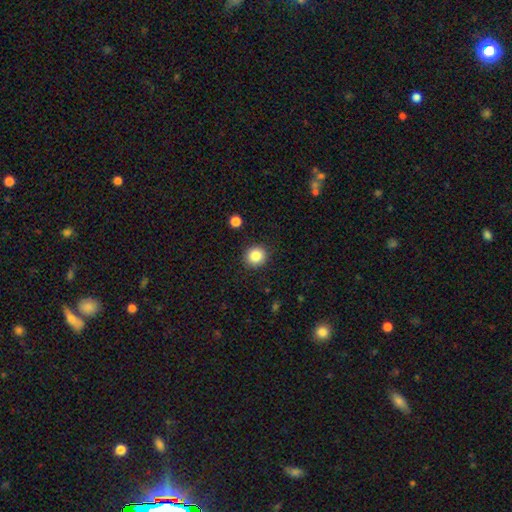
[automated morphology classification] A smooth galaxy with no disk features (86%) that is round (91%).

Vote fractions:
- Smooth or featured? smooth: 86% / star or artifact: 10% / featured or disk: 4%
- How rounded? round: 91% / in between: 8% / cigar-shaped: 1%
- Merging? none: 90% / minor disturbance: 6% / major disturbance: 2% / merger: 1%